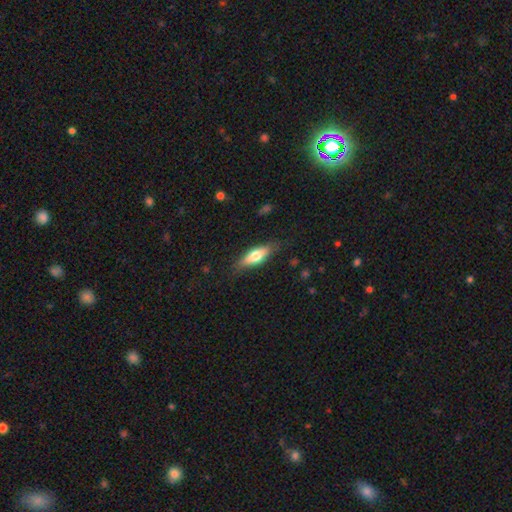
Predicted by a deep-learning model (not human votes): Q: Smooth or featured?
A: smooth (60%); runner-up: featured or disk (34%)
Q: How rounded?
A: in between (51%); runner-up: cigar-shaped (46%)
Q: Merging?
A: none (81%); runner-up: minor disturbance (15%)